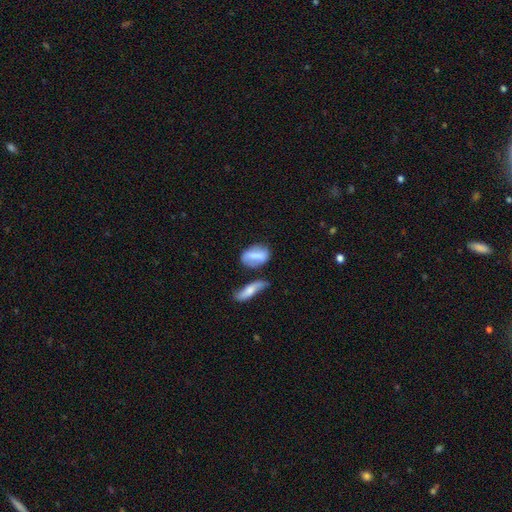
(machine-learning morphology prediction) smooth-or-featured: smooth: 67% | featured or disk: 25% | star or artifact: 8%
  how-rounded: in between: 79% | round: 12% | cigar-shaped: 8%
  merging: none: 54% | minor disturbance: 23% | merger: 14% | major disturbance: 8%